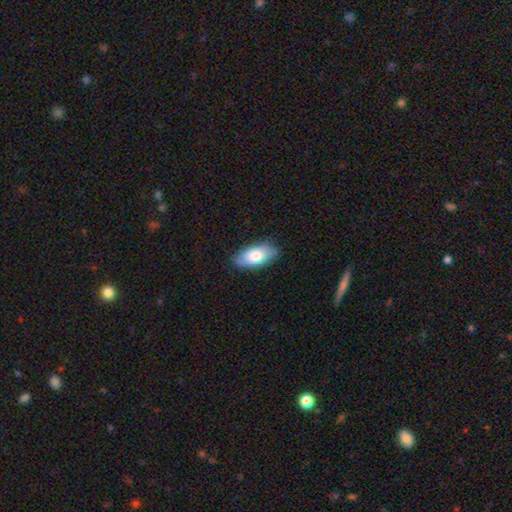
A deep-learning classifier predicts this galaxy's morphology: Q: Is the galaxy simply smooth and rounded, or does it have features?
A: smooth — 74%.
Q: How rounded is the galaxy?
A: in between — 91%.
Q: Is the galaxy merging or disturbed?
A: none — 83%.